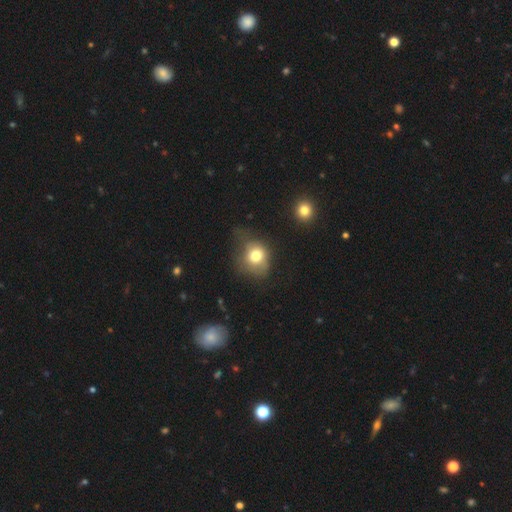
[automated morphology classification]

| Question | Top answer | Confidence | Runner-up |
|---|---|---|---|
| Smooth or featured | smooth | 74% | featured or disk (15%) |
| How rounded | round | 71% | in between (28%) |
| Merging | none | 41% | minor disturbance (33%) |